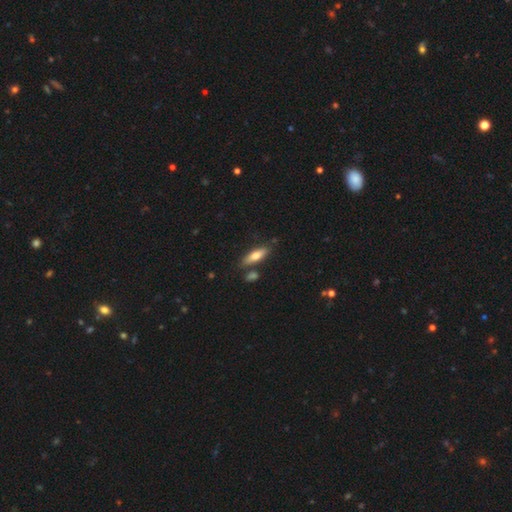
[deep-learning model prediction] Q: Smooth or featured?
A: smooth (68%); runner-up: featured or disk (26%)
Q: How rounded?
A: cigar-shaped (51%); runner-up: in between (47%)
Q: Merging?
A: none (75%); runner-up: minor disturbance (13%)